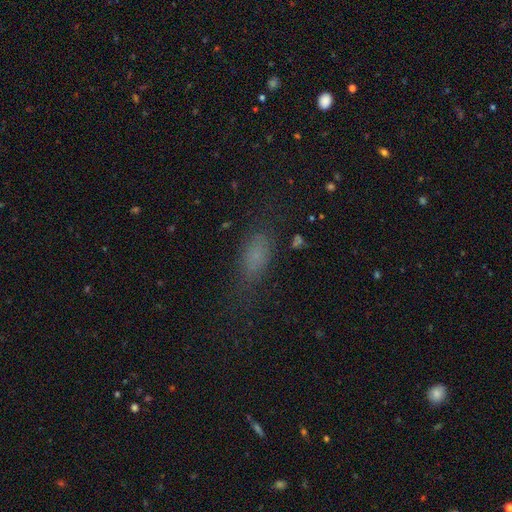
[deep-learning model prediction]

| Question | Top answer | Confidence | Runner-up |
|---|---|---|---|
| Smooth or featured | smooth | 70% | star or artifact (18%) |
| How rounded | in between | 75% | cigar-shaped (20%) |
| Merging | none | 60% | minor disturbance (22%) |